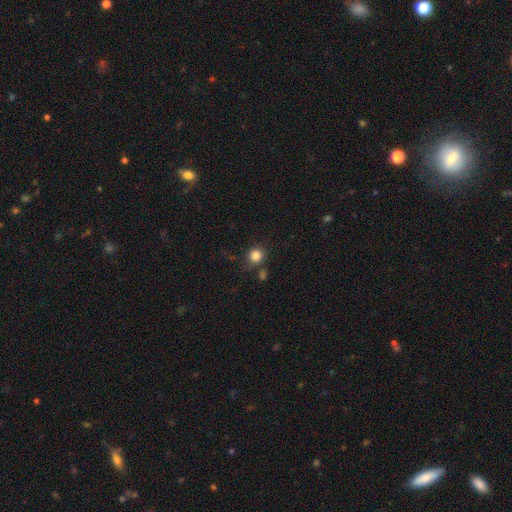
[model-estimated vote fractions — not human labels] This is clearly a smooth galaxy (82%). How rounded: clearly round (90%). Merging: likely none (77%).